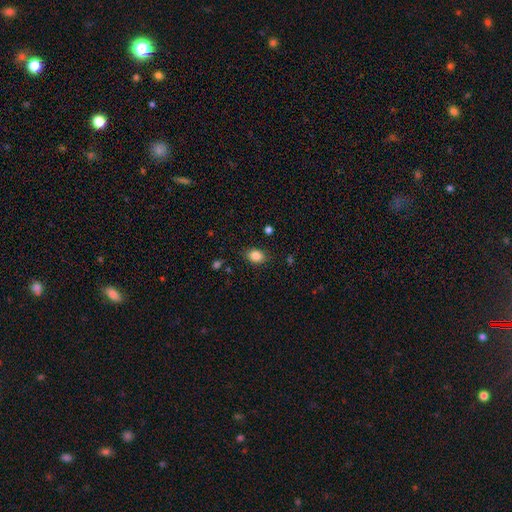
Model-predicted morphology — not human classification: This appears to be a smooth galaxy with no disk features (84%) that is in between round and cigar-shaped (66%). Merging: none (83%).